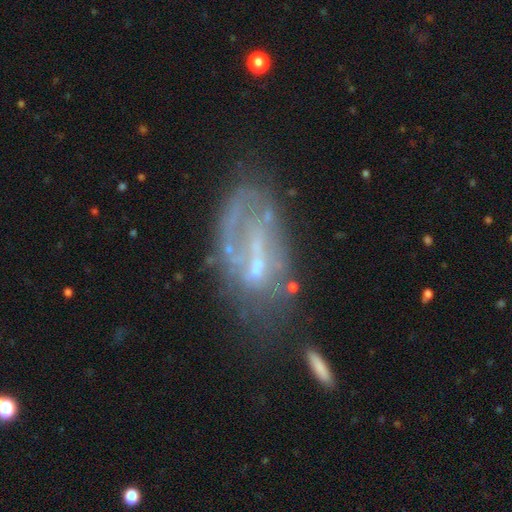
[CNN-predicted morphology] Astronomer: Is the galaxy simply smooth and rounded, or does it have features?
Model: featured or disk — 67%.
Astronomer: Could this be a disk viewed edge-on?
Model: no — 92%.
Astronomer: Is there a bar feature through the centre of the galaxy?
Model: no — 48% (runner-up: weak, 37%).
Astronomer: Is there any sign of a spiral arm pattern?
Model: no — 56% (runner-up: yes, 44%).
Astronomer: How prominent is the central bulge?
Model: small — 47% (runner-up: none, 32%).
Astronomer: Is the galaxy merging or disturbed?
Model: none — 42% (runner-up: major disturbance, 25%).